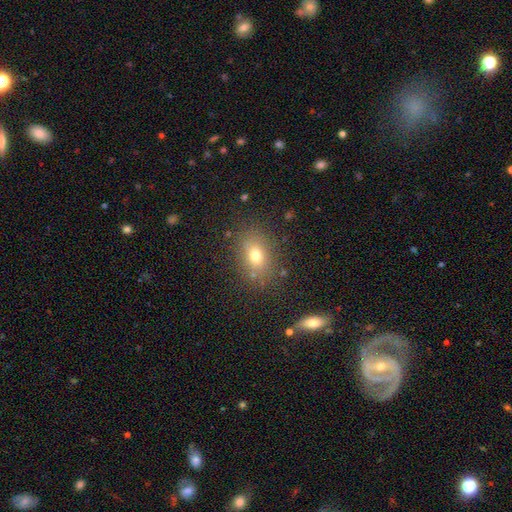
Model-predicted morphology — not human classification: smooth-or-featured: smooth: 72% | star or artifact: 14% | featured or disk: 14%
  how-rounded: in between: 70% | round: 28% | cigar-shaped: 2%
  merging: none: 81% | minor disturbance: 12% | major disturbance: 4% | merger: 3%